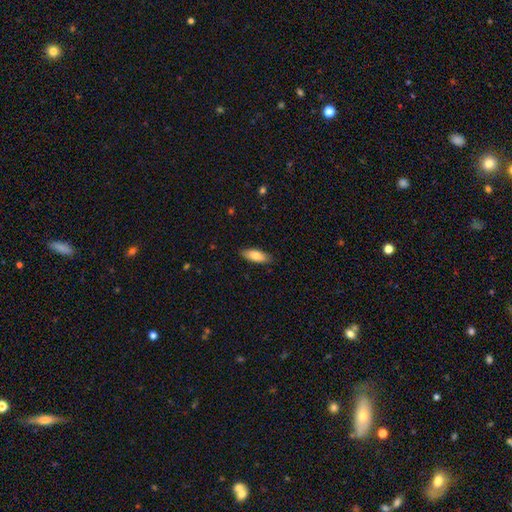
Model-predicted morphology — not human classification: The model was most divided on "how rounded": in between: 72%, cigar-shaped: 27%, round: 2%. More confident: merging — none (86%); smooth or featured — smooth (84%).